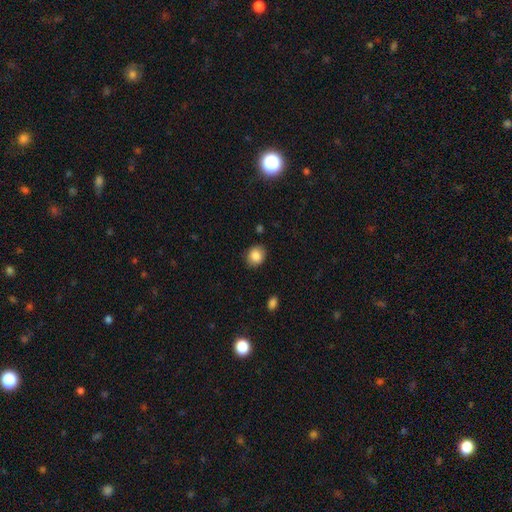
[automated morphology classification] A smooth galaxy with no disk features (86%) that is round (64%). Merging: none (84%).